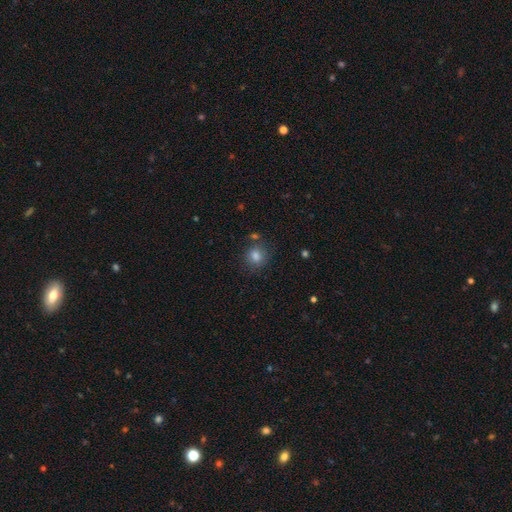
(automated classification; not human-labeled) smooth 81%, star or artifact 13%, featured or disk 7%. Down the decision tree: how rounded — round (79%); merging — none (78%).